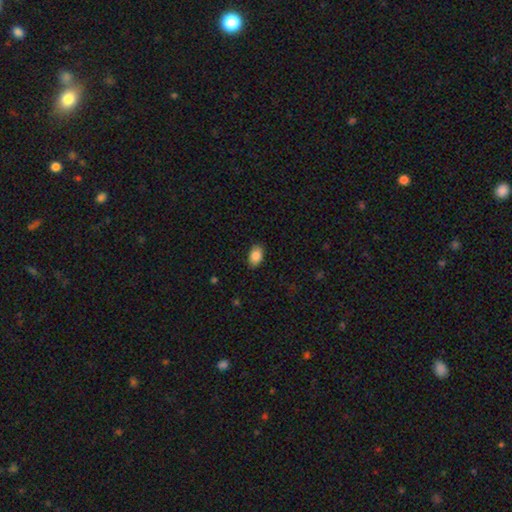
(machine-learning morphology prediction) Smooth or featured? Predicted: smooth (p=0.87). How rounded? Predicted: in between (p=0.88). Merging? Predicted: none (p=0.88).